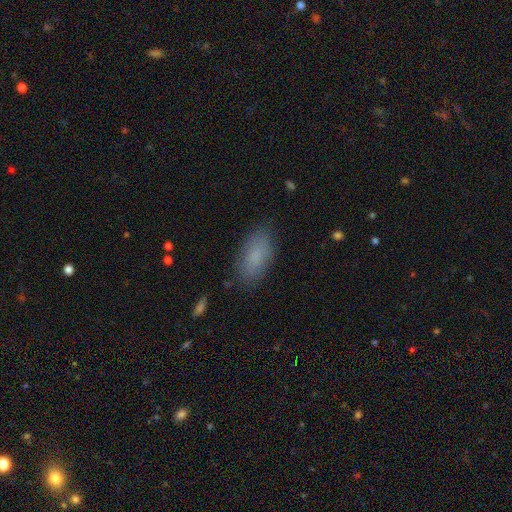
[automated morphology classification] type=smooth (82%); roundness=in between (89%); merging=none (83%).